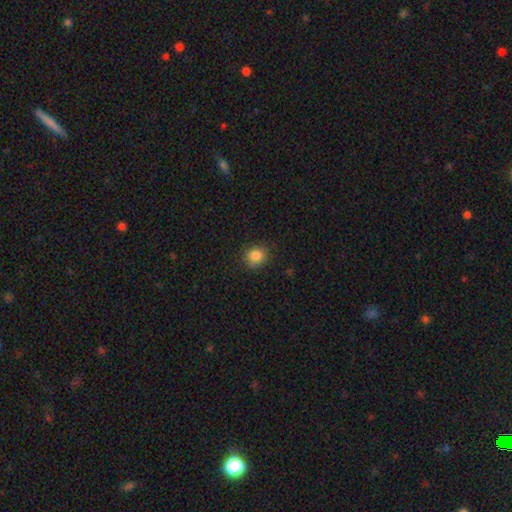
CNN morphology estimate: Q: Smooth or featured?
A: smooth (84%); runner-up: star or artifact (11%)
Q: How rounded?
A: round (85%); runner-up: in between (14%)
Q: Merging?
A: none (85%); runner-up: minor disturbance (11%)